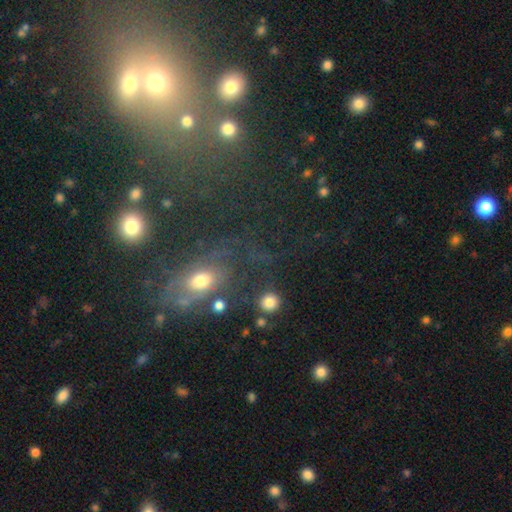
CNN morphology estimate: smooth 43%, star or artifact 38%, featured or disk 19%. Down the decision tree: merging — none (58%).